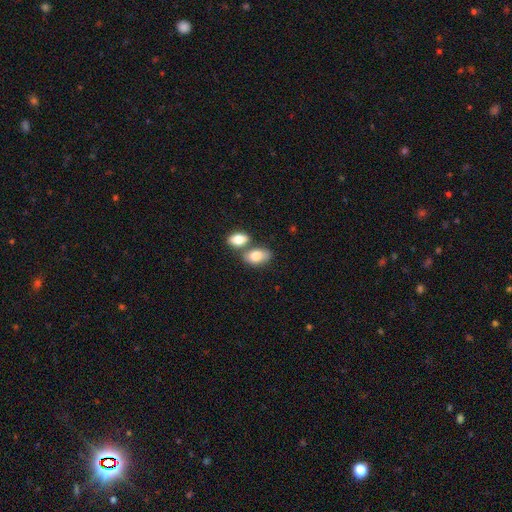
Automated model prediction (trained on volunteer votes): Smooth or featured? Predicted: smooth (p=0.81). How rounded? Predicted: in between (p=0.90). Merging? Predicted: merger (p=0.44).